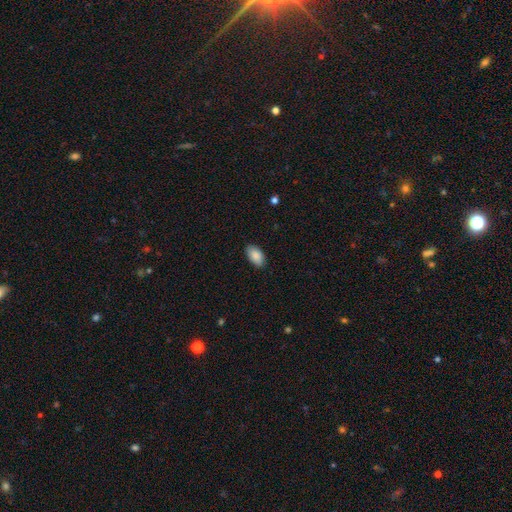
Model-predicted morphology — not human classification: Smooth or featured?
  - smooth: 89% *
  - star or artifact: 6%
  - featured or disk: 5%
How rounded?
  - in between: 95% *
  - round: 4%
  - cigar-shaped: 2%
Merging?
  - none: 86% *
  - minor disturbance: 11%
  - major disturbance: 2%
  - merger: 1%